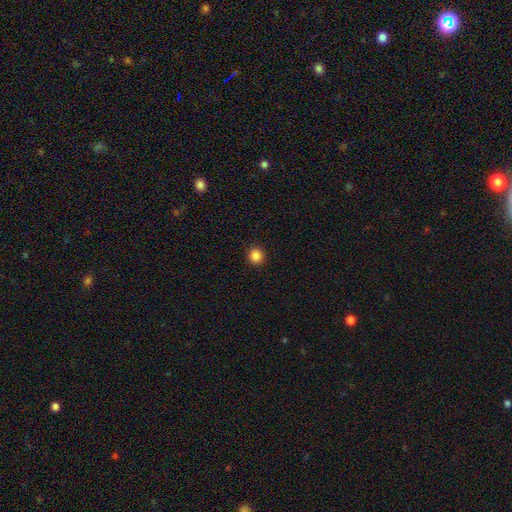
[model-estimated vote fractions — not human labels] Smooth or featured? Predicted: smooth (p=0.86). How rounded? Predicted: round (p=0.90). Merging? Predicted: none (p=0.92).